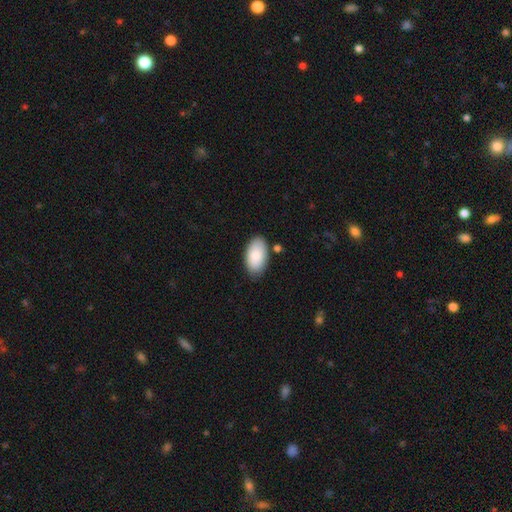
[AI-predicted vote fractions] The model was most divided on "merging": none: 81%, minor disturbance: 12%, merger: 4%, major disturbance: 3%. More confident: how rounded — in between (96%); smooth or featured — smooth (87%).